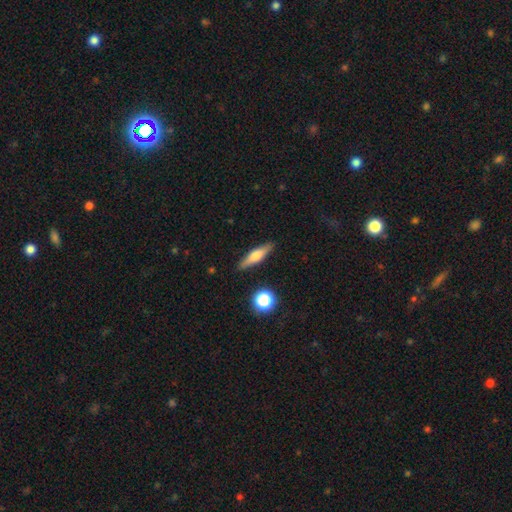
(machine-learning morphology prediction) A smooth galaxy with no disk features (51%) that is cigar-shaped (73%).

Vote fractions:
- Smooth or featured? smooth: 51% / featured or disk: 41% / star or artifact: 8%
- How rounded? cigar-shaped: 73% / in between: 24% / round: 4%
- Merging? none: 87% / minor disturbance: 9% / major disturbance: 2% / merger: 2%